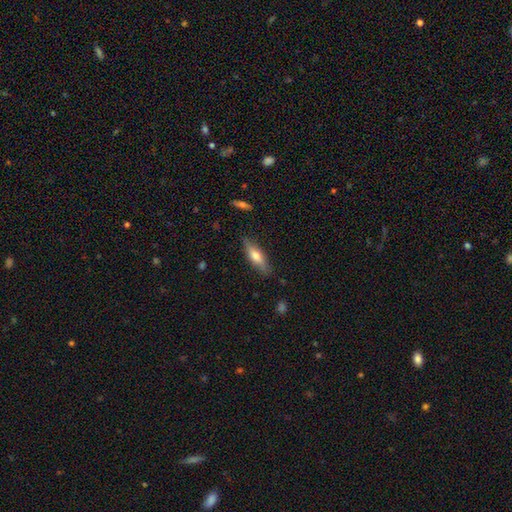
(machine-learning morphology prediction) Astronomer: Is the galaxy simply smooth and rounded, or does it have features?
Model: smooth — 60%.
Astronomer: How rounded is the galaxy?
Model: cigar-shaped — 58% (runner-up: in between, 40%).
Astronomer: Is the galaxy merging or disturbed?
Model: none — 83%.